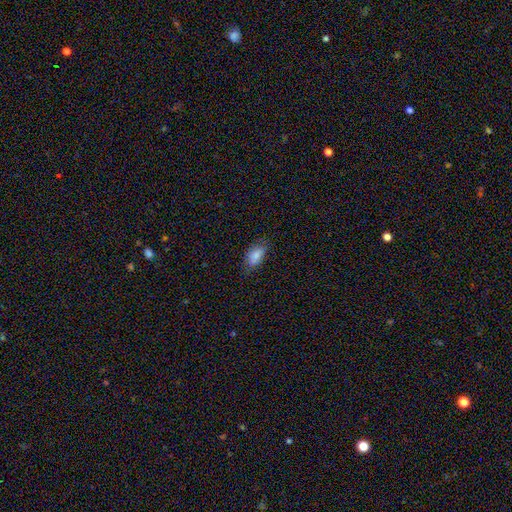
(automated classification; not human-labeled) The model was most divided on "merging": none: 72%, minor disturbance: 22%, major disturbance: 5%, merger: 2%. More confident: how rounded — in between (89%); smooth or featured — smooth (81%).